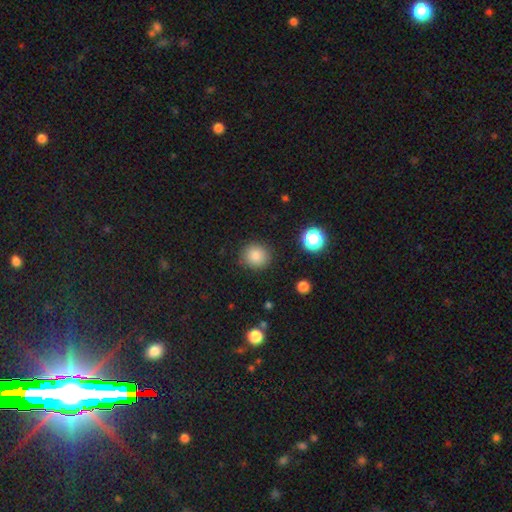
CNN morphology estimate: Q: Smooth or featured?
A: smooth (84%); runner-up: star or artifact (11%)
Q: How rounded?
A: round (88%); runner-up: in between (11%)
Q: Merging?
A: none (88%); runner-up: minor disturbance (8%)